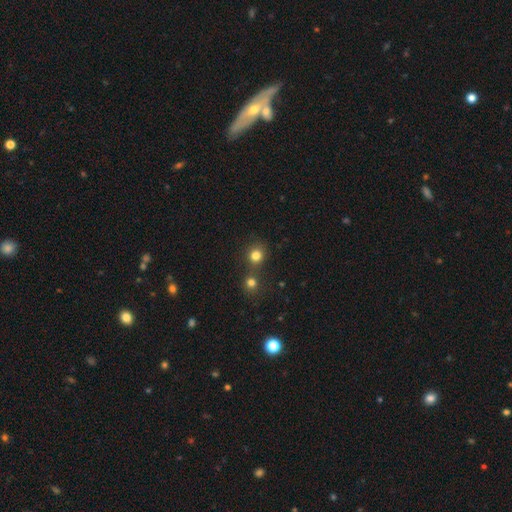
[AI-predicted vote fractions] Overall: smooth (79%). How rounded: round (85%). Merging: none (61%; merger 28%).